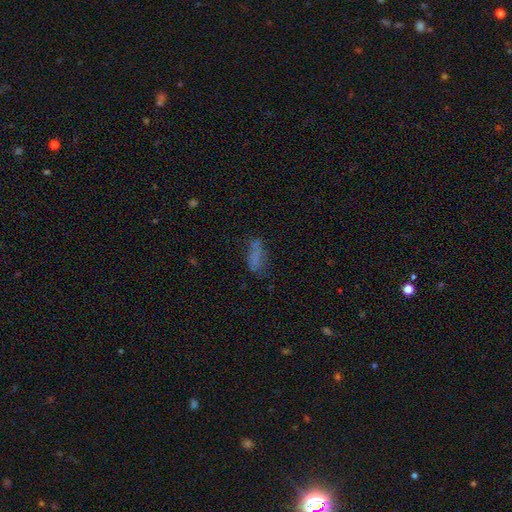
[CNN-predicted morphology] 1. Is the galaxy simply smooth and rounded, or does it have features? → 64% smooth, 19% featured or disk, 17% star or artifact.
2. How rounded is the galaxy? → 66% in between, 30% cigar-shaped, 4% round.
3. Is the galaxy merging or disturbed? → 49% none, 25% minor disturbance, 19% major disturbance, 8% merger.